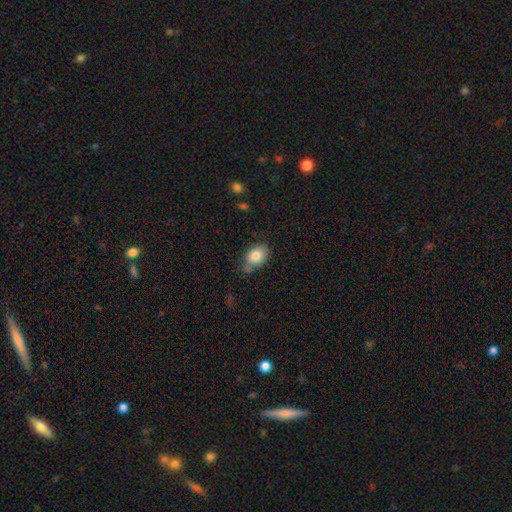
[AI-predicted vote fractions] Smooth or featured?
  - smooth: 84% *
  - featured or disk: 9%
  - star or artifact: 8%
How rounded?
  - in between: 80% *
  - round: 19%
  - cigar-shaped: 1%
Merging?
  - none: 63% *
  - minor disturbance: 24%
  - merger: 8%
  - major disturbance: 5%